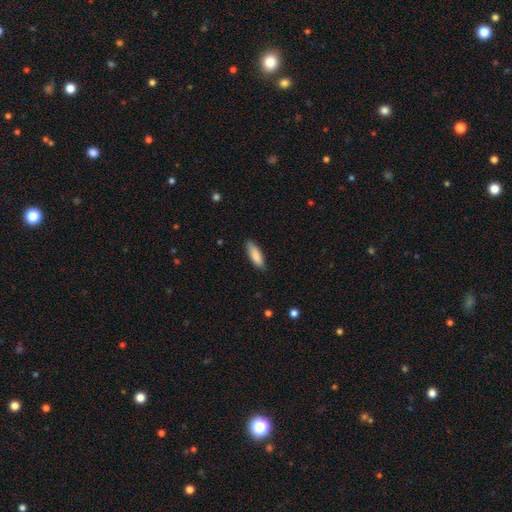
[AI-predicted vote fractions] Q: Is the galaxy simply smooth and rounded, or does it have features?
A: smooth — 88%.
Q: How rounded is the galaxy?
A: in between — 55%.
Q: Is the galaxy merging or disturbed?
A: none — 83%.